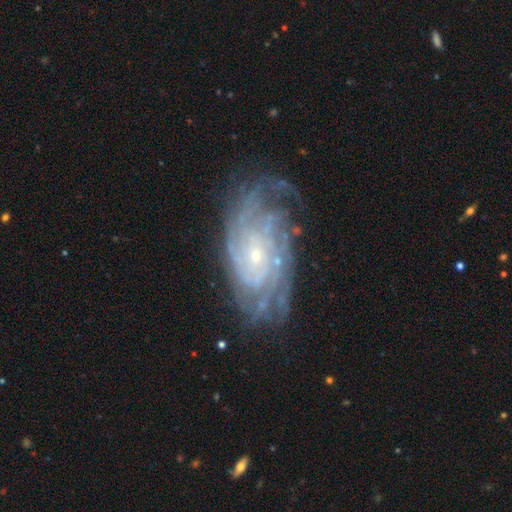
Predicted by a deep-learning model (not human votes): Overall: featured or disk (87%). Edge-on disk: no (95%). Bar: no (69%). Spiral arms: yes (96%). Spiral arm count: can't tell (34%; 4 21%). Spiral winding: tight (70%). Bulge size: small (82%). Merging: none (71%).